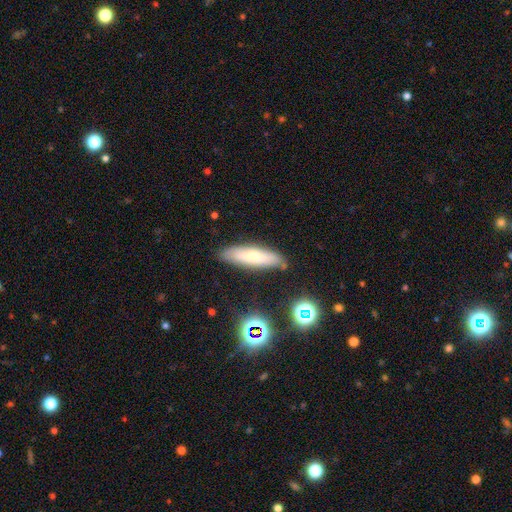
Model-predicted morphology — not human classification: Smooth or featured?
  - smooth: 68% *
  - featured or disk: 24%
  - star or artifact: 8%
How rounded?
  - cigar-shaped: 63% *
  - in between: 35%
  - round: 2%
Merging?
  - none: 82% *
  - minor disturbance: 13%
  - major disturbance: 3%
  - merger: 3%